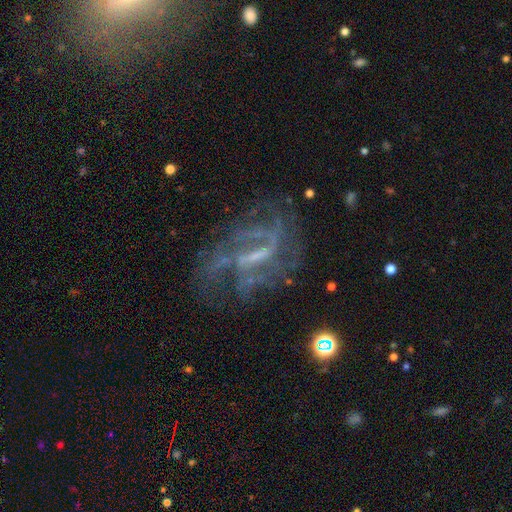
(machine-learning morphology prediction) A featured or disk galaxy (81%) with a strong bar (43%), medium (41%) spiral arms (82%) and a small central bulge (39%).

Vote fractions:
- Smooth or featured? featured or disk: 81% / star or artifact: 11% / smooth: 8%
- Edge-on disk? no: 94% / yes: 6%
- Bar? strong: 43% / weak: 40% / no: 16%
- Spiral arms? yes: 82% / no: 18%
- Spiral winding? medium: 41% / loose: 34% / tight: 25%
- Spiral arm count? can't tell: 35% / 2: 29% / 3: 16% / 4: 8% / 1: 7% / more than 4: 5%
- Bulge size? small: 39% / none: 37% / moderate: 20% / large: 2% / dominant: 1%
- Merging? none: 51% / major disturbance: 26% / minor disturbance: 18% / merger: 4%